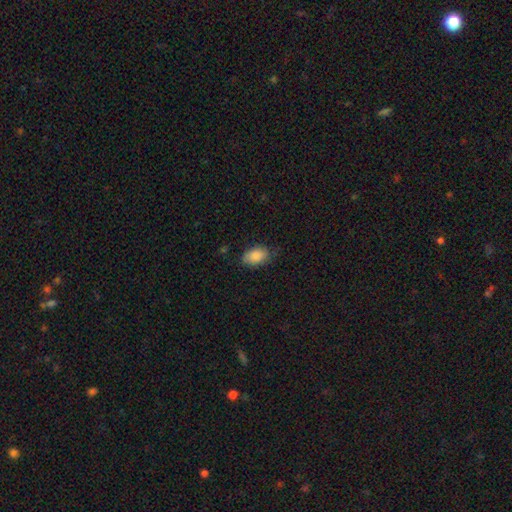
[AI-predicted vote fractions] Smooth or featured? Predicted: smooth (p=0.87). How rounded? Predicted: in between (p=0.92). Merging? Predicted: none (p=0.75).